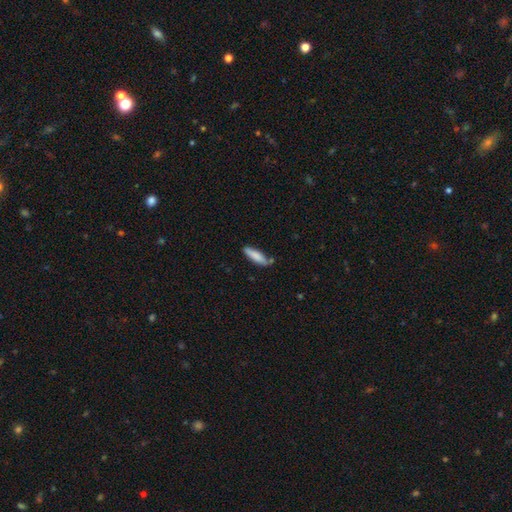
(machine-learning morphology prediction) smooth-or-featured: smooth: 83% | featured or disk: 11% | star or artifact: 6%
  how-rounded: cigar-shaped: 65% | in between: 34% | round: 1%
  merging: none: 73% | minor disturbance: 18% | merger: 6% | major disturbance: 3%